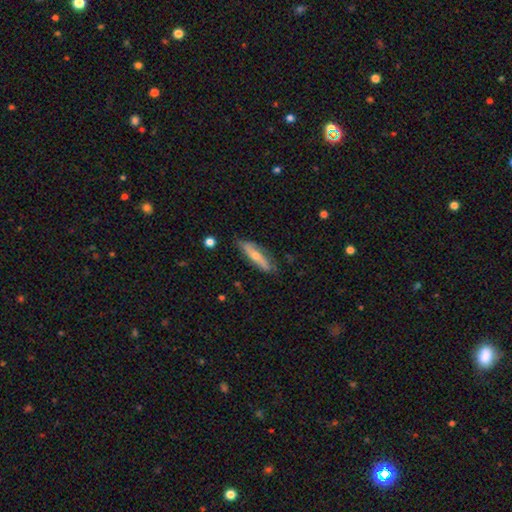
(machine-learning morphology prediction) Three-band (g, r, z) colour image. It shows a featured or disk galaxy (49%). Merging: none (75%).